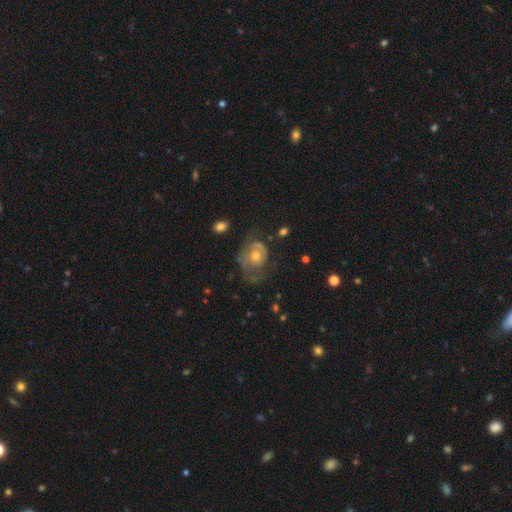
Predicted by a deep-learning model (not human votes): Smooth or featured: featured or disk — 61% (smooth — 29%)
Edge-on disk: no — 97% (yes — 3%)
Bar: no — 83% (weak — 14%)
Spiral arms: yes — 64% (no — 36%)
Bulge size: moderate — 62% (small — 31%)
Merging: none — 45% (major disturbance — 27%)